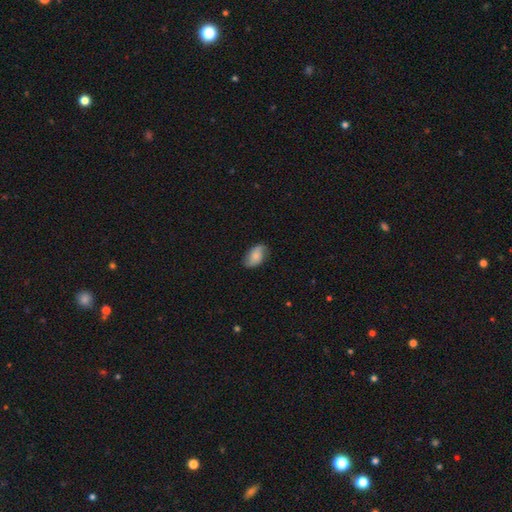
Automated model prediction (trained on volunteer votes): Overall: smooth (56%; featured or disk 36%). How rounded: in between (91%). Merging: none (73%).